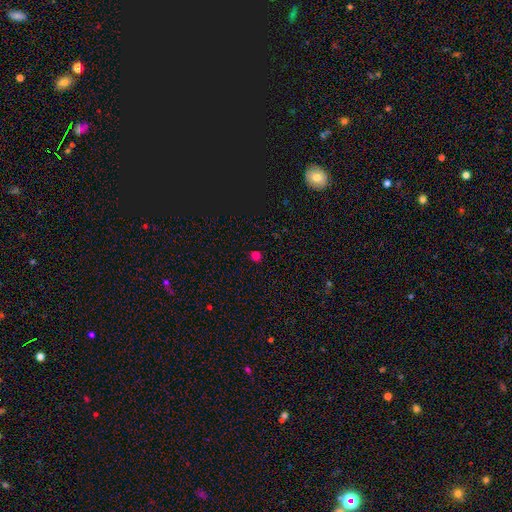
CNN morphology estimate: type=smooth (70%); roundness=round (84%); merging=none (88%).